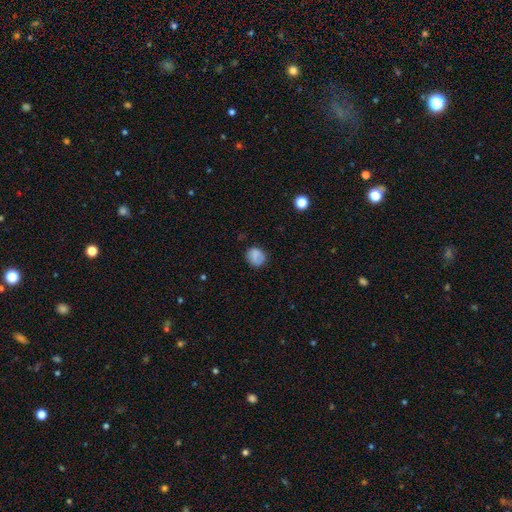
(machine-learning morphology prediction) Smooth or featured?
  - smooth: 77% *
  - featured or disk: 13%
  - star or artifact: 10%
How rounded?
  - round: 75% *
  - in between: 24%
  - cigar-shaped: 1%
Merging?
  - none: 74% *
  - minor disturbance: 18%
  - major disturbance: 6%
  - merger: 2%